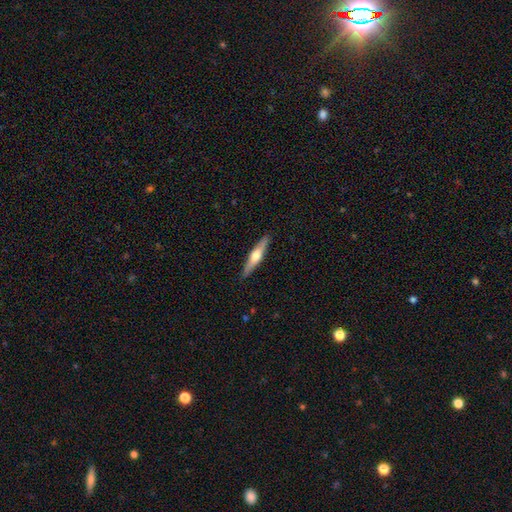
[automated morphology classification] The model was most divided on "smooth or featured": featured or disk: 52%, smooth: 43%, star or artifact: 5%. More confident: edge-on disk — yes (94%); merging — none (90%).